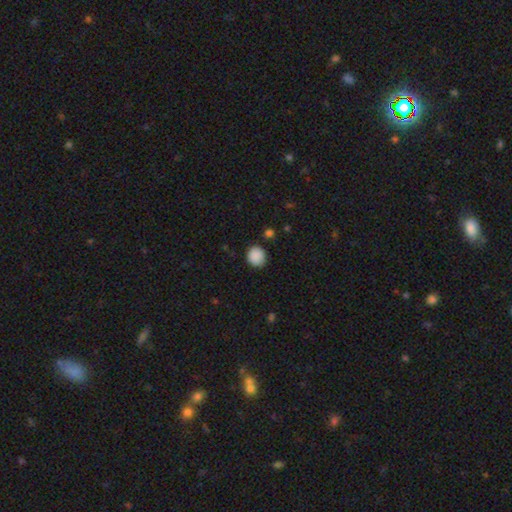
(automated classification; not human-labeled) The model was most divided on "how rounded": round: 81%, in between: 18%, cigar-shaped: 1%. More confident: smooth or featured — smooth (88%); merging — none (83%).